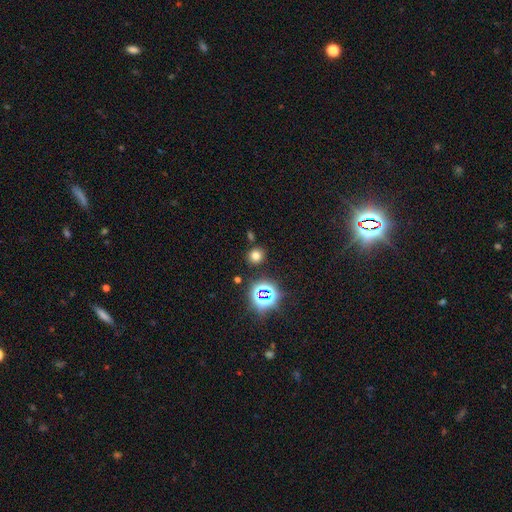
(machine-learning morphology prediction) Smooth or featured? Predicted: smooth (p=0.69). How rounded? Predicted: round (p=0.84). Merging? Predicted: none (p=0.84).